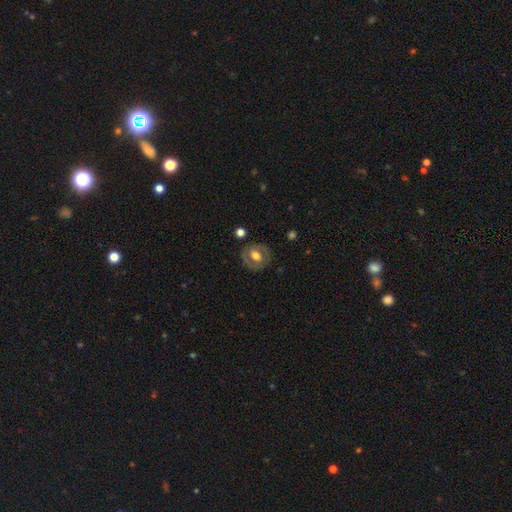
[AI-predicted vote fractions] This is possibly a featured or disk galaxy (50%). It is clearly not viewed edge-on (95%). Merging: likely none (80%).